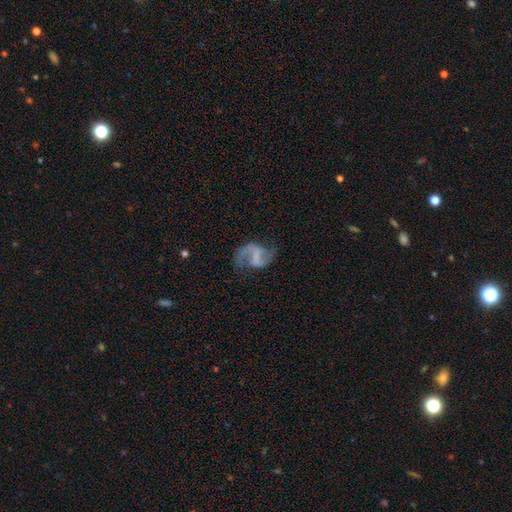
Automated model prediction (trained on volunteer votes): smooth-or-featured: featured or disk: 86% | smooth: 8% | star or artifact: 6%
  disk-edge-on: no: 98% | yes: 2%
    bar: weak: 47% | strong: 34% | no: 20%
    has-spiral-arms: yes: 95% | no: 5%
      spiral-winding: loose: 50% | medium: 42% | tight: 8%
      spiral-arm-count: 2: 92% | 1: 2% | can't tell: 2% | 3: 1% | 4: 1% | more than 4: 1%
    bulge-size: none: 56% | small: 28% | moderate: 13% | large: 3% | dominant: 1%
  merging: none: 71% | minor disturbance: 16% | major disturbance: 11% | merger: 2%